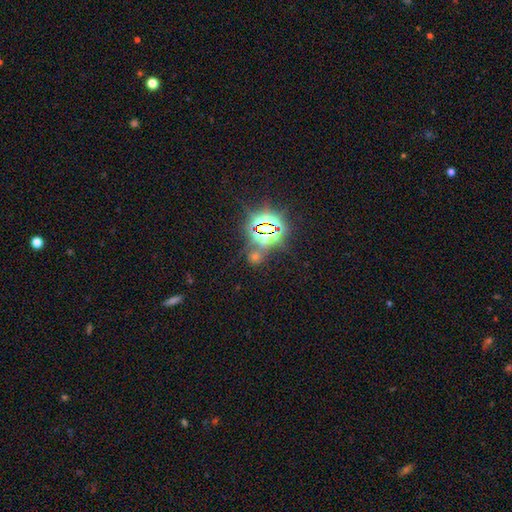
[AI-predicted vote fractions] star or artifact 76%, smooth 17%, featured or disk 8%.